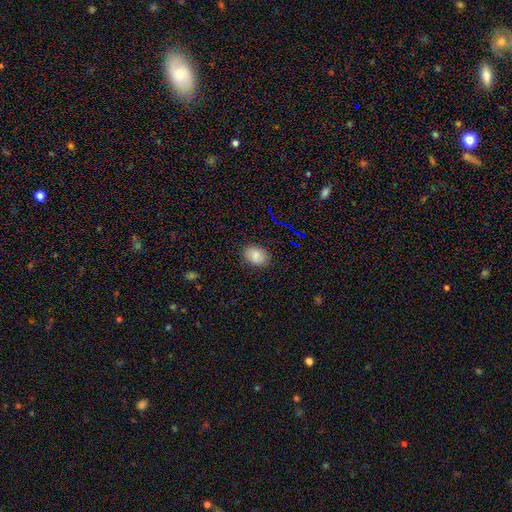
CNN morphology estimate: This is clearly a smooth galaxy (83%). How rounded: likely in between (70%). Merging: clearly none (86%).